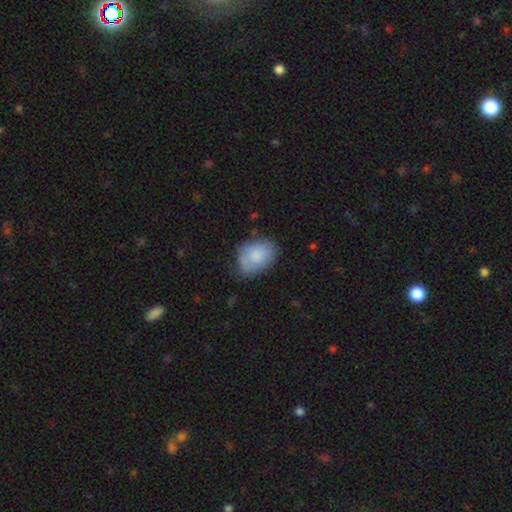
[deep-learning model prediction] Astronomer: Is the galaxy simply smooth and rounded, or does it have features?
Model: smooth — 79%.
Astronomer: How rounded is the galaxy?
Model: in between — 80%.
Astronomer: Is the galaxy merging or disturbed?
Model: none — 57%.